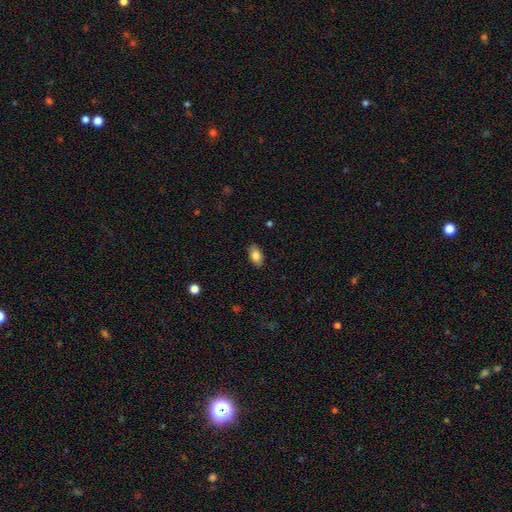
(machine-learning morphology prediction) The model was most divided on "smooth or featured": smooth: 82%, featured or disk: 10%, star or artifact: 7%. More confident: how rounded — in between (92%); merging — none (88%).